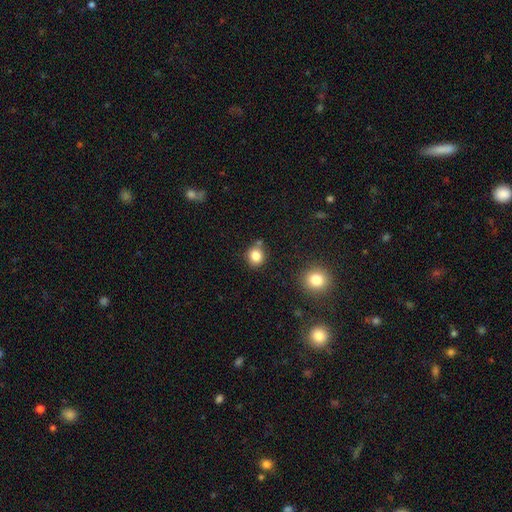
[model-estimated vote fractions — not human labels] A smooth galaxy with no disk features (83%) that is round (80%). Merging: none (76%).